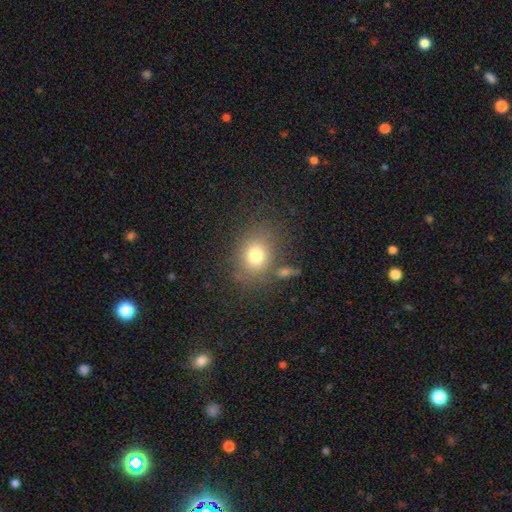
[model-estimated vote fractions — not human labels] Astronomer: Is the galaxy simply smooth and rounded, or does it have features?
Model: smooth — 76%.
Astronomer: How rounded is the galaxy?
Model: round — 57% (runner-up: in between, 42%).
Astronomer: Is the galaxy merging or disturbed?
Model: none — 74%.